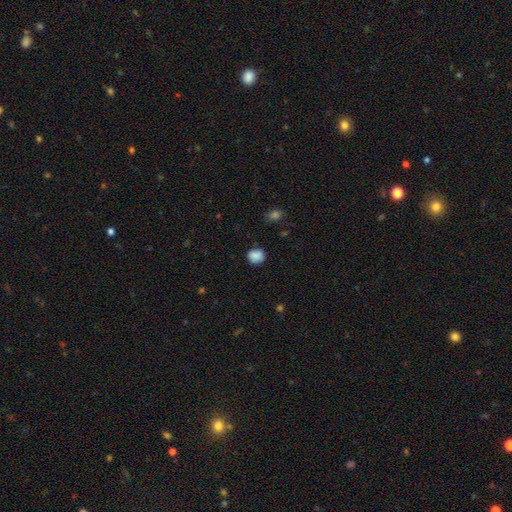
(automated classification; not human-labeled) A smooth galaxy with no disk features (86%) that is round (79%). Merging: none (82%).